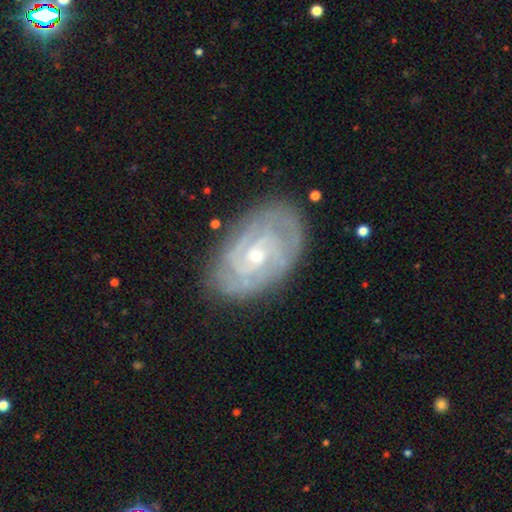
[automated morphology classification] Smooth or featured?
  - featured or disk: 85% *
  - smooth: 9%
  - star or artifact: 6%
Edge-on disk?
  - no: 96% *
  - yes: 4%
Bar?
  - no: 60% *
  - weak: 33%
  - strong: 8%
Spiral arms?
  - yes: 95% *
  - no: 5%
Spiral winding?
  - tight: 73% *
  - medium: 23%
  - loose: 4%
Spiral arm count?
  - can't tell: 31% *
  - 2: 26%
  - 3: 22%
  - 4: 11%
  - more than 4: 5%
  - 1: 5%
Bulge size?
  - small: 57% *
  - moderate: 40%
  - large: 1%
  - none: 1%
  - dominant: 1%
Merging?
  - none: 79% *
  - minor disturbance: 15%
  - major disturbance: 4%
  - merger: 1%